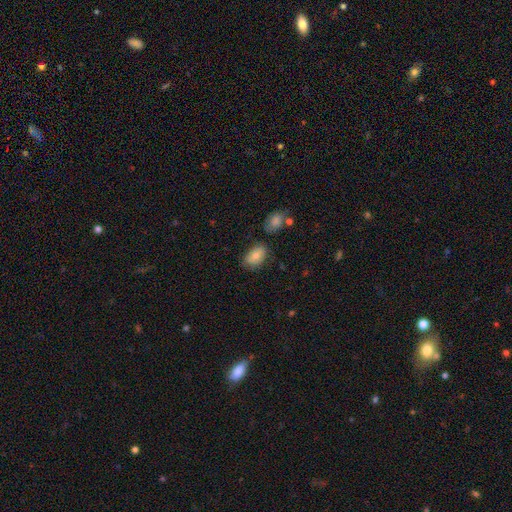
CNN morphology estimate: Overall: smooth (79%). How rounded: in between (90%). Merging: none (71%).